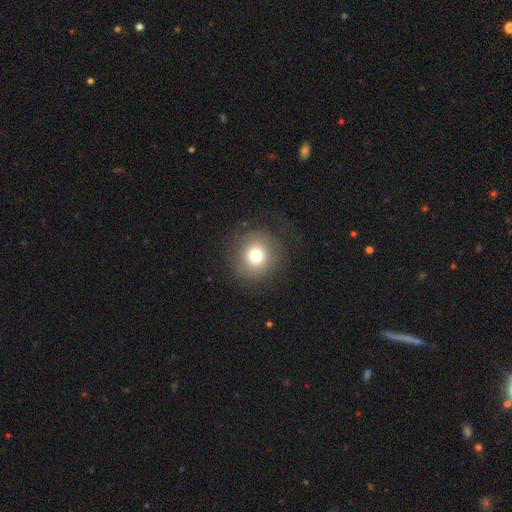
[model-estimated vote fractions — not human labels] The model was most divided on "smooth or featured": smooth: 73%, featured or disk: 14%, star or artifact: 13%. More confident: how rounded — round (92%); merging — none (81%).